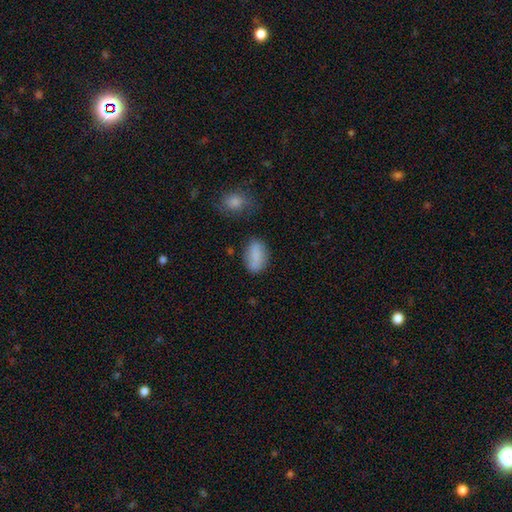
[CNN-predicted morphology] The model was most divided on "merging": none: 72%, minor disturbance: 19%, major disturbance: 5%, merger: 4%. More confident: how rounded — in between (90%); smooth or featured — smooth (83%).